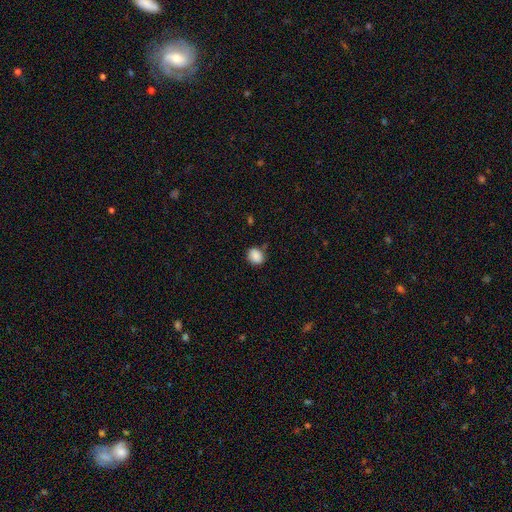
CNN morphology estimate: smooth_or_featured: smooth (p=0.86) [alt: star or artifact p=0.08]
how_rounded: round (p=0.63) [alt: in between p=0.36]
merging: none (p=0.74) [alt: minor disturbance p=0.18]